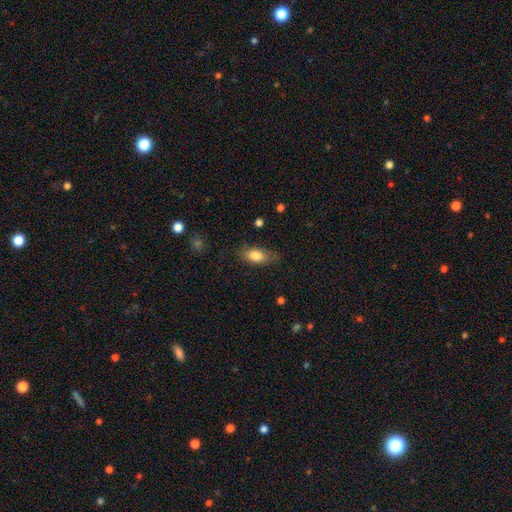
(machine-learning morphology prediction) The model was most divided on "merging": none: 72%, minor disturbance: 21%, major disturbance: 6%, merger: 1%. More confident: how rounded — in between (84%); smooth or featured — smooth (80%).